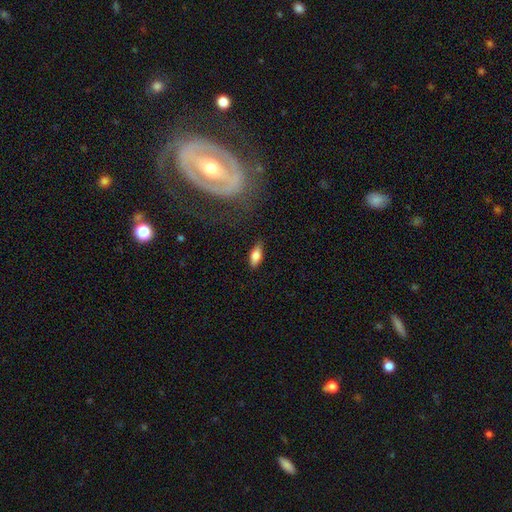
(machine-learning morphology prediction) Overall: smooth (79%). How rounded: in between (81%). Merging: none (85%).